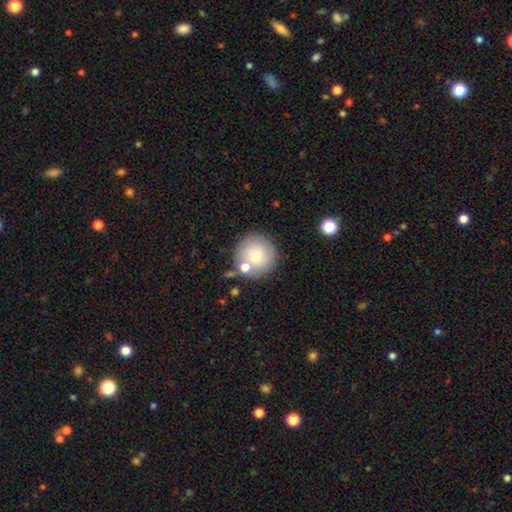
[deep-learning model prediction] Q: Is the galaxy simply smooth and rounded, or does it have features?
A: smooth — 74%.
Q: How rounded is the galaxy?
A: round — 94%.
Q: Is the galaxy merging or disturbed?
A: none — 70%.